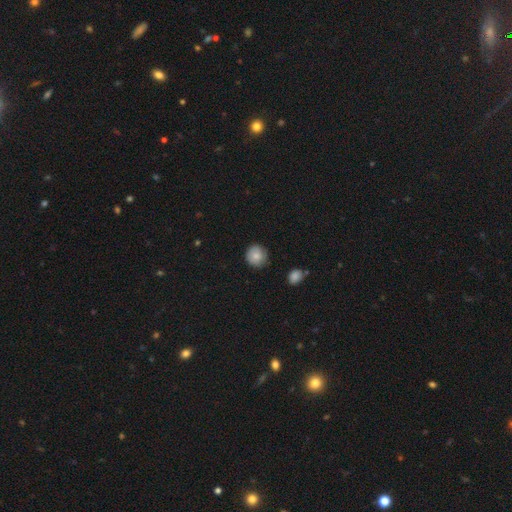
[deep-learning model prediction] Smooth or featured? smooth (82%)
How rounded? round (90%)
Merging? none (82%)